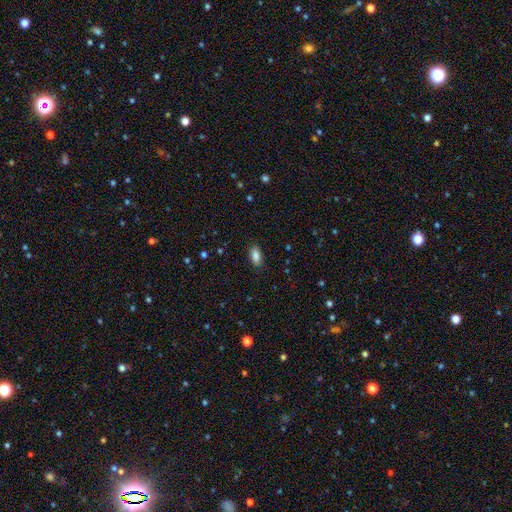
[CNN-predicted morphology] A smooth galaxy with no disk features (87%) that is in between round and cigar-shaped (89%).

Vote fractions:
- Smooth or featured? smooth: 87% / star or artifact: 8% / featured or disk: 5%
- How rounded? in between: 89% / cigar-shaped: 7% / round: 4%
- Merging? none: 87% / minor disturbance: 9% / major disturbance: 2% / merger: 1%